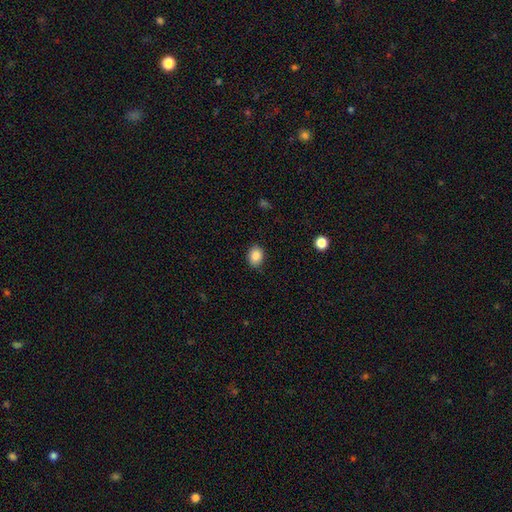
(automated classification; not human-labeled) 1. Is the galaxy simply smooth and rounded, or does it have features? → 86% smooth, 9% star or artifact, 5% featured or disk.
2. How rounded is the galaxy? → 55% in between, 44% round, 1% cigar-shaped.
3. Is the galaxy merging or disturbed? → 86% none, 10% minor disturbance, 2% major disturbance, 1% merger.